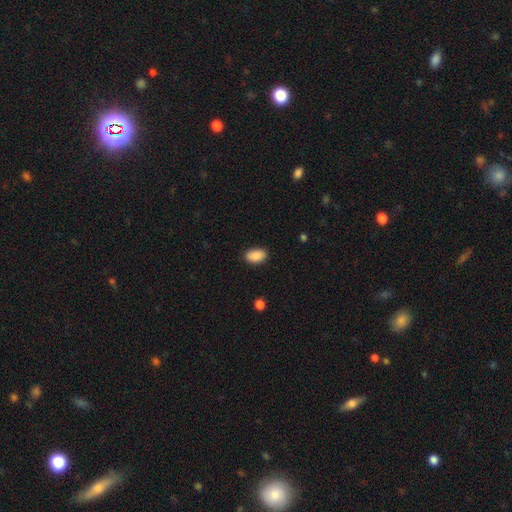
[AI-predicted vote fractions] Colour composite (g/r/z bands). It shows a smooth galaxy with no disk features (89%) that is in between round and cigar-shaped (92%). Merging: none (88%).